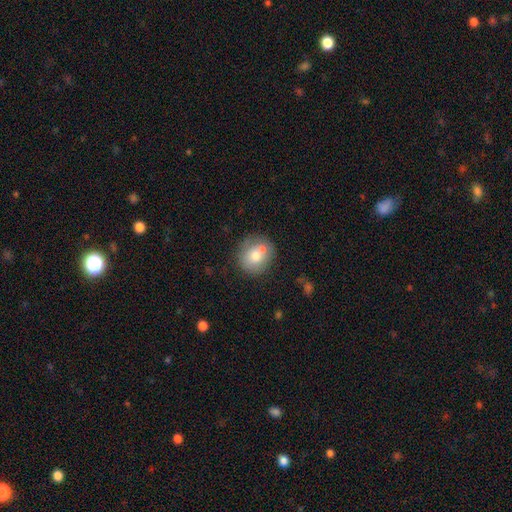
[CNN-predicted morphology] smooth-or-featured: smooth: 68% | featured or disk: 24% | star or artifact: 9%
  how-rounded: round: 79% | in between: 20% | cigar-shaped: 1%
  merging: none: 54% | merger: 27% | minor disturbance: 14% | major disturbance: 4%